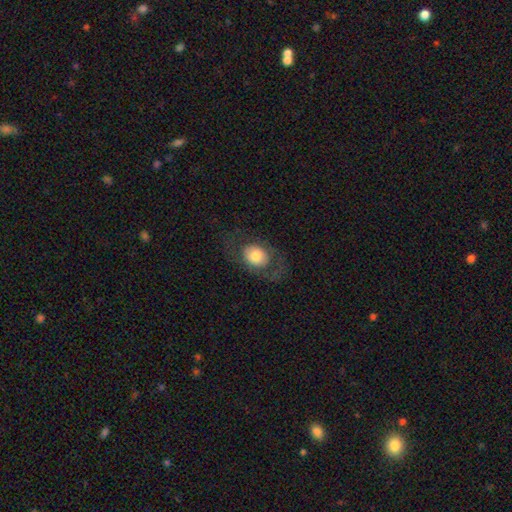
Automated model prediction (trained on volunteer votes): This is likely a smooth galaxy (63%). How rounded: possibly in between (54%). Merging: likely none (67%).